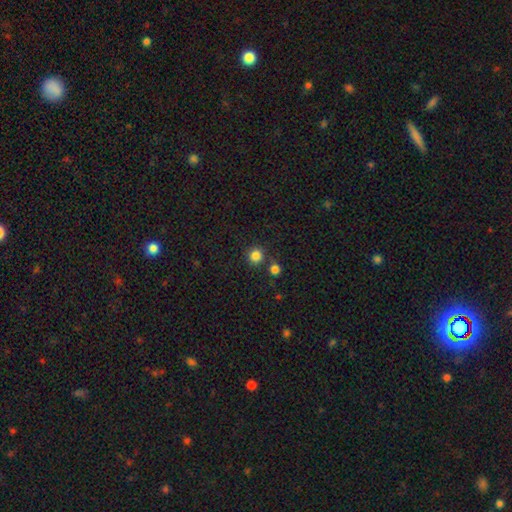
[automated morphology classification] smooth-or-featured: smooth: 83% | star or artifact: 13% | featured or disk: 4%
  how-rounded: round: 92% | in between: 7% | cigar-shaped: 1%
  merging: none: 78% | merger: 12% | minor disturbance: 7% | major disturbance: 3%